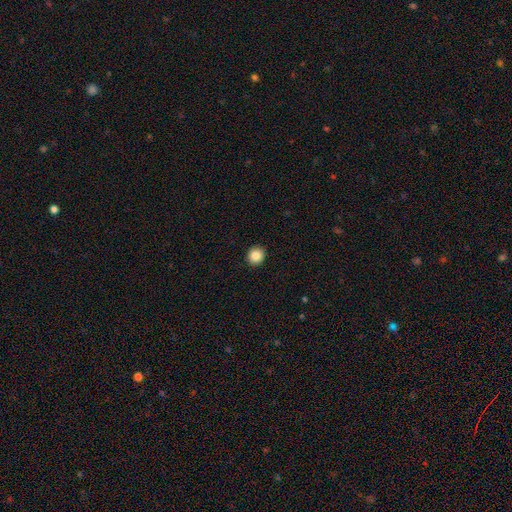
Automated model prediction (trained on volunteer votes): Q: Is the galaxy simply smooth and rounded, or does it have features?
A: smooth — 87%.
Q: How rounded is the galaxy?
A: round — 91%.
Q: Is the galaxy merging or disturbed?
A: none — 92%.